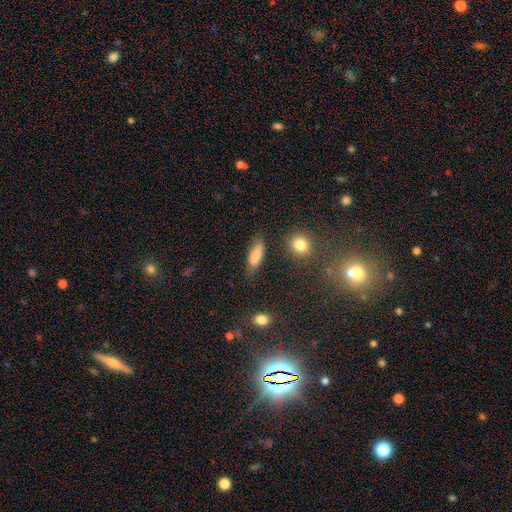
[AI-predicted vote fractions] Overall: smooth (83%). How rounded: in between (65%; cigar-shaped 31%). Merging: none (72%).